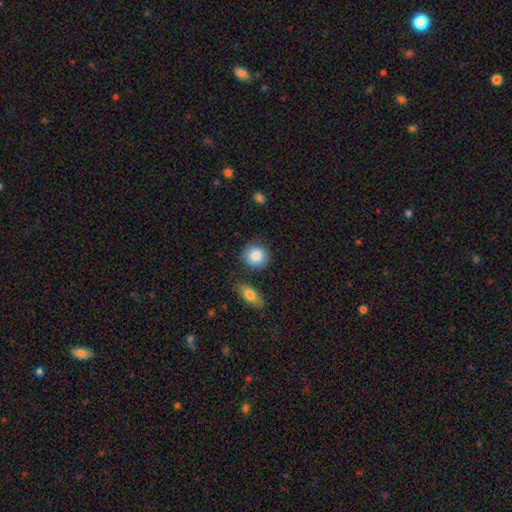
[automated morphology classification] This appears to be a smooth galaxy with no disk features (88%) that is round (86%). Merging: none (81%).